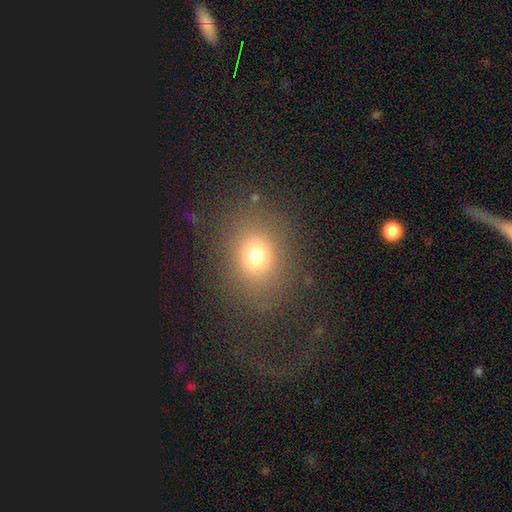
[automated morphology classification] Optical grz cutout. It shows a smooth galaxy with no disk features (72%) that is round (63%). Merging: none (81%).